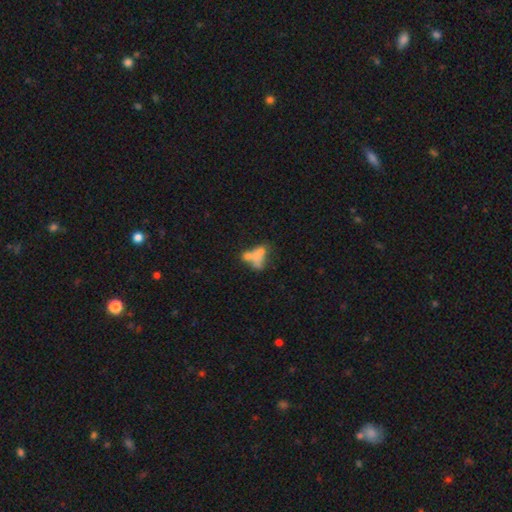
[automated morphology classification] Smooth or featured? Predicted: smooth (p=0.52). How rounded? Predicted: in between (p=0.80). Merging? Predicted: merger (p=0.51).